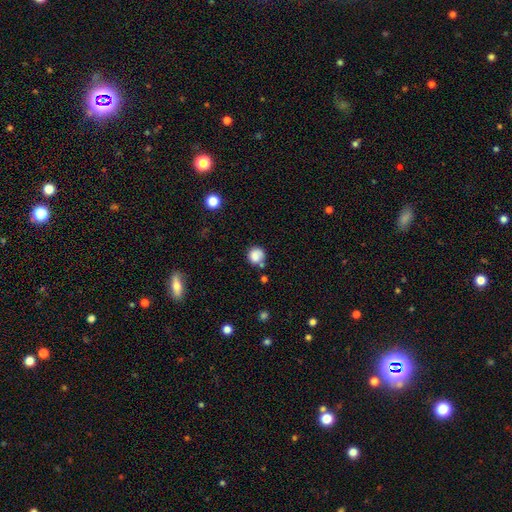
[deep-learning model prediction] This appears to be a smooth galaxy with no disk features (83%) that is round (88%). Merging: none (64%).